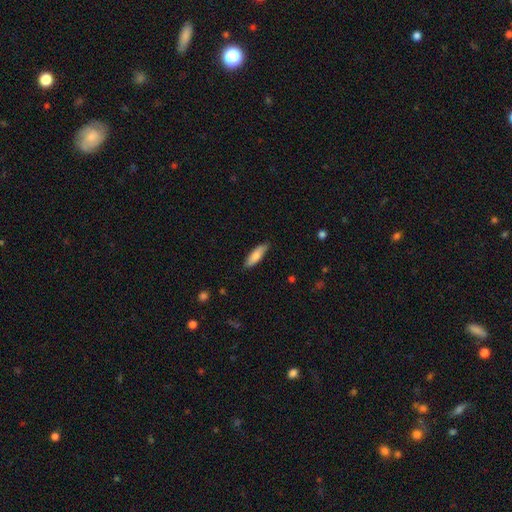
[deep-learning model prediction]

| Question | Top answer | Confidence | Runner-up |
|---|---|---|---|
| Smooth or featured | smooth | 80% | featured or disk (15%) |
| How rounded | cigar-shaped | 52% | in between (46%) |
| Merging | none | 84% | minor disturbance (13%) |